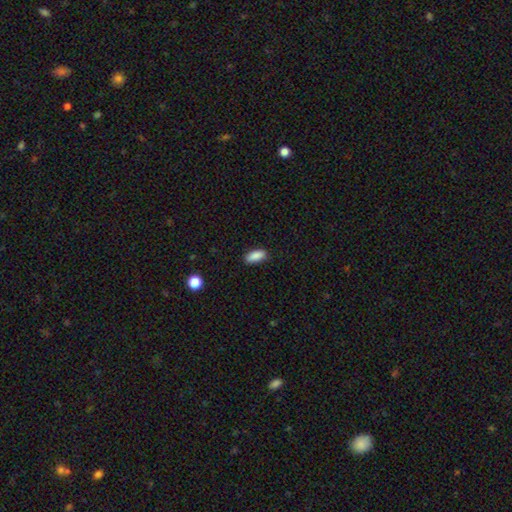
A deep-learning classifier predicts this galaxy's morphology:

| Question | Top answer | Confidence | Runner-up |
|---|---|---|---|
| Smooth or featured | smooth | 89% | star or artifact (7%) |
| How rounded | in between | 83% | cigar-shaped (15%) |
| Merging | none | 86% | minor disturbance (11%) |